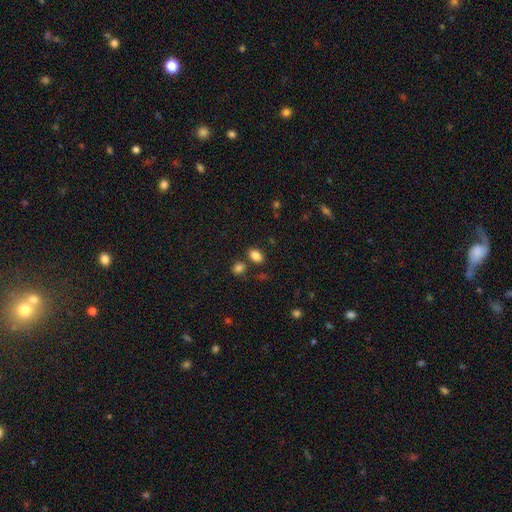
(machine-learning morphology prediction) This is clearly a smooth galaxy (85%). How rounded: clearly in between (82%). Merging: likely none (76%).